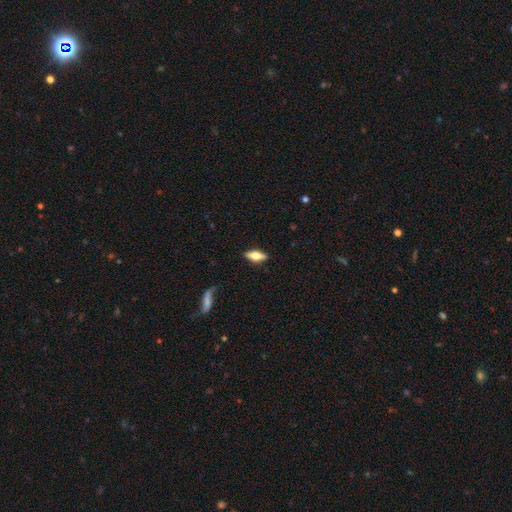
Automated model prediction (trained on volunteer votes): Q: Smooth or featured?
A: smooth (53%); runner-up: featured or disk (40%)
Q: How rounded?
A: in between (69%); runner-up: cigar-shaped (28%)
Q: Merging?
A: none (85%); runner-up: minor disturbance (11%)